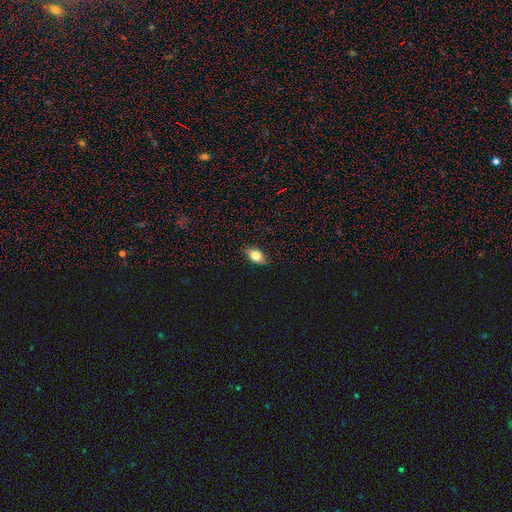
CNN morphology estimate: Smooth or featured? Predicted: smooth (p=0.77). How rounded? Predicted: in between (p=0.81). Merging? Predicted: none (p=0.83).